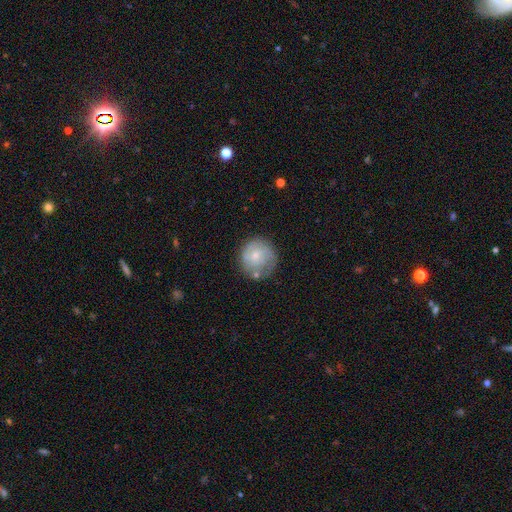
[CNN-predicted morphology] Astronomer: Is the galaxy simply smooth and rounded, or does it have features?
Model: smooth — 56% (runner-up: featured or disk, 37%).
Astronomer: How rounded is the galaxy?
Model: round — 92%.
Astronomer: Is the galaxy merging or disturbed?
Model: none — 62%.